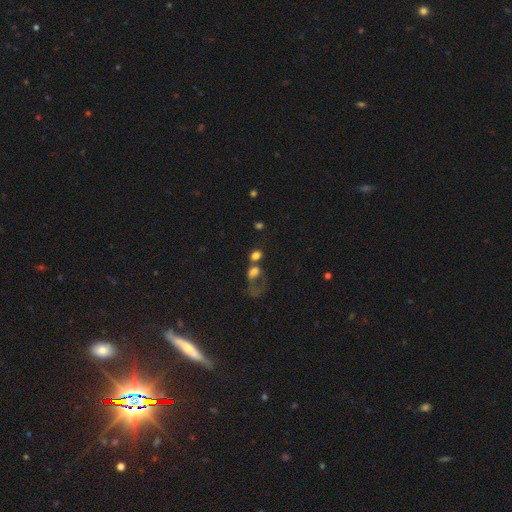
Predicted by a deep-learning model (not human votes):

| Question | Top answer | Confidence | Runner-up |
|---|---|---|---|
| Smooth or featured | smooth | 74% | star or artifact (14%) |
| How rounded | in between | 57% | round (42%) |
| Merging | merger | 45% | none (28%) |